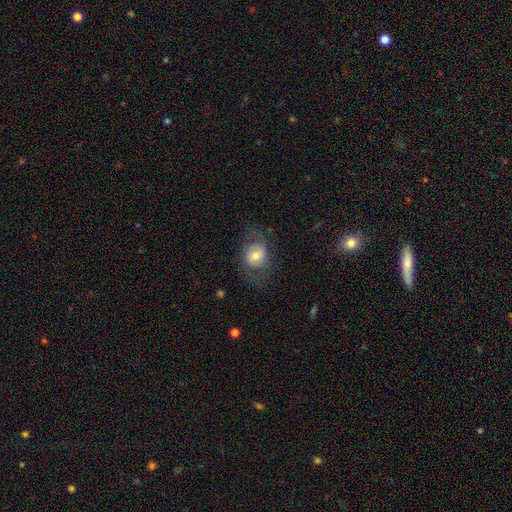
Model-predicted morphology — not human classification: Overall: featured or disk (47%; smooth 44%). Merging: none (58%; major disturbance 21%).